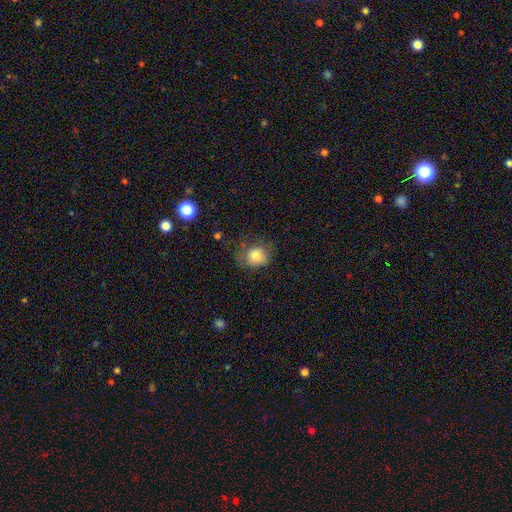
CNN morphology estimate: Smooth or featured?
  - smooth: 80% *
  - star or artifact: 10%
  - featured or disk: 10%
How rounded?
  - round: 67% *
  - in between: 32%
  - cigar-shaped: 1%
Merging?
  - none: 58% *
  - minor disturbance: 27%
  - major disturbance: 13%
  - merger: 2%